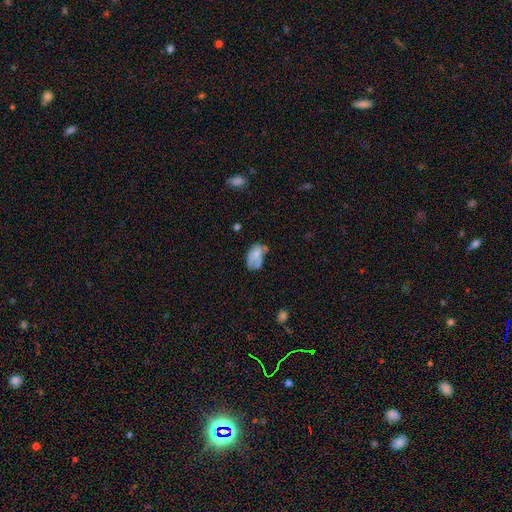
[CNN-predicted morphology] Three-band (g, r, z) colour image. It shows a smooth galaxy with no disk features (60%) that is in between round and cigar-shaped (89%). Merging: none (34%, tied with minor disturbance).